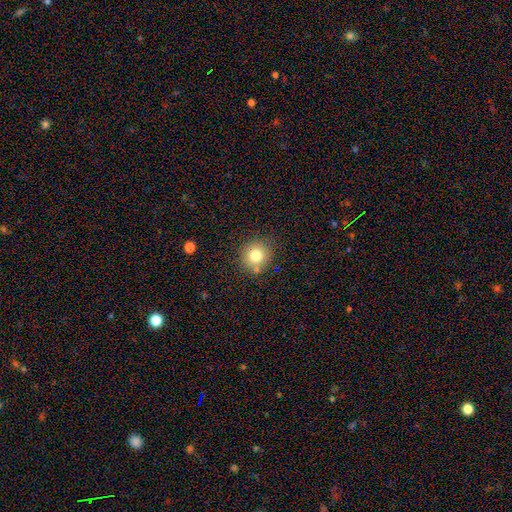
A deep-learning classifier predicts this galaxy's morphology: type=smooth (78%); roundness=round (90%); merging=none (80%).